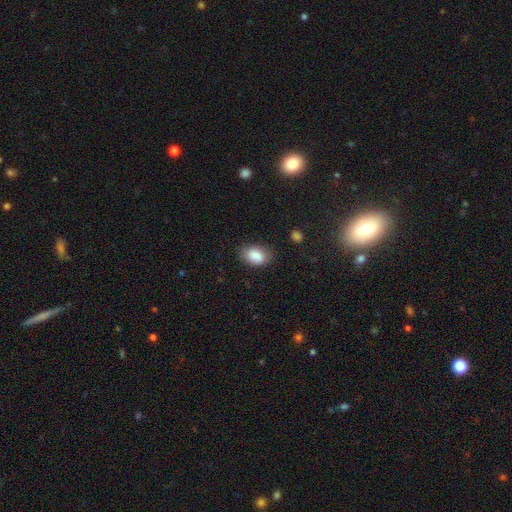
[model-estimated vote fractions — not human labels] A smooth galaxy with no disk features (87%) that is in between round and cigar-shaped (85%).

Vote fractions:
- Smooth or featured? smooth: 87% / star or artifact: 8% / featured or disk: 6%
- How rounded? in between: 85% / round: 13% / cigar-shaped: 1%
- Merging? none: 77% / minor disturbance: 17% / major disturbance: 4% / merger: 2%